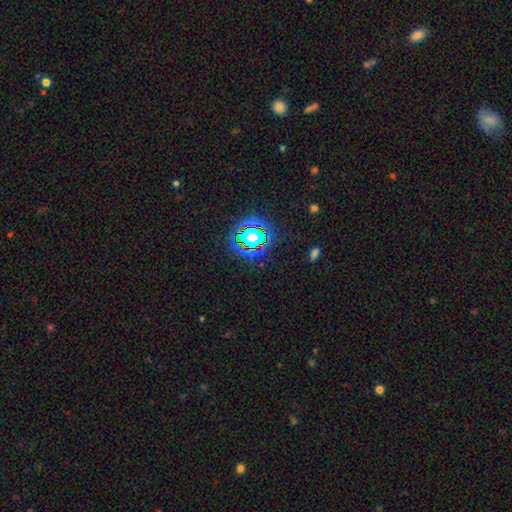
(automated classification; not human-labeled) smooth-or-featured: star or artifact: 80% | smooth: 13% | featured or disk: 8%